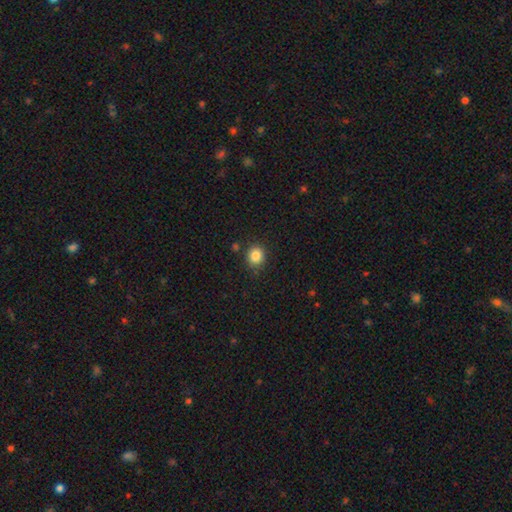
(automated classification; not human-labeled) Q: Smooth or featured?
A: smooth (85%); runner-up: star or artifact (11%)
Q: How rounded?
A: round (83%); runner-up: in between (16%)
Q: Merging?
A: none (85%); runner-up: minor disturbance (10%)